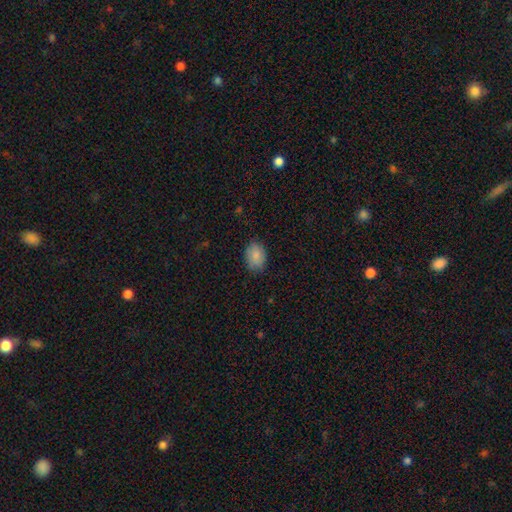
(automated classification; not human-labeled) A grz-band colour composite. It shows a smooth galaxy with no disk features (85%) that is in between round and cigar-shaped (77%). Merging: none (78%).